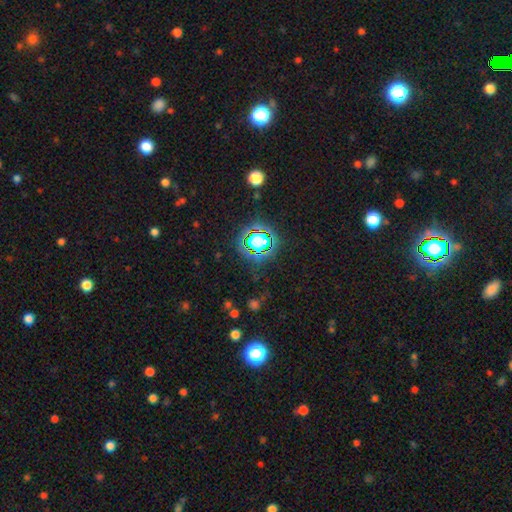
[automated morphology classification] smooth_or_featured: star or artifact (p=0.77) [alt: smooth p=0.15]